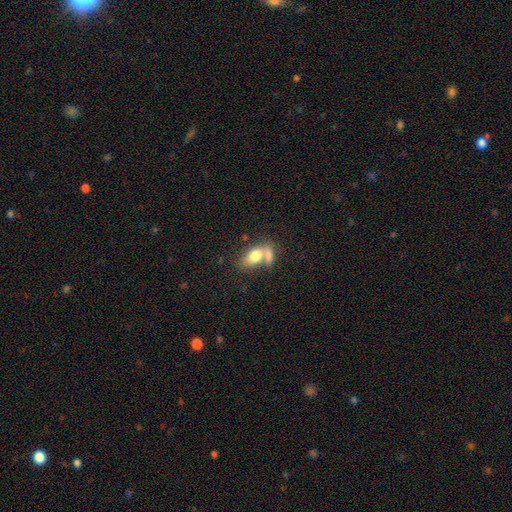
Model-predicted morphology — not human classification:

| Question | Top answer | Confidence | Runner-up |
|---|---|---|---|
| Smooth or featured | smooth | 74% | featured or disk (18%) |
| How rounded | in between | 84% | round (8%) |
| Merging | merger | 54% | none (30%) |